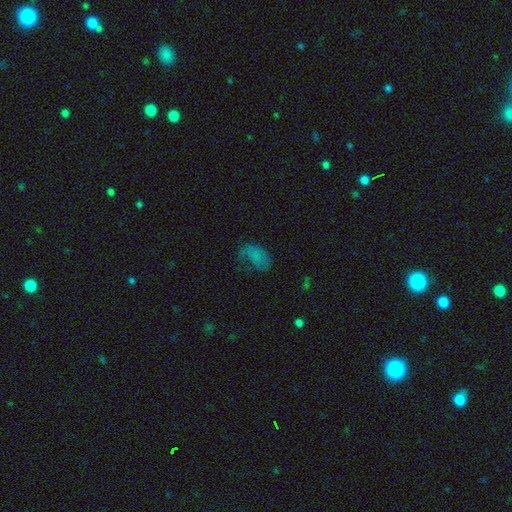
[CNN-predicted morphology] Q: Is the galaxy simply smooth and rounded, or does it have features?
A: smooth — 56%.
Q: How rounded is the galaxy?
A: in between — 88%.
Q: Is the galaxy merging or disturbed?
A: major disturbance — 35%, tied with none.